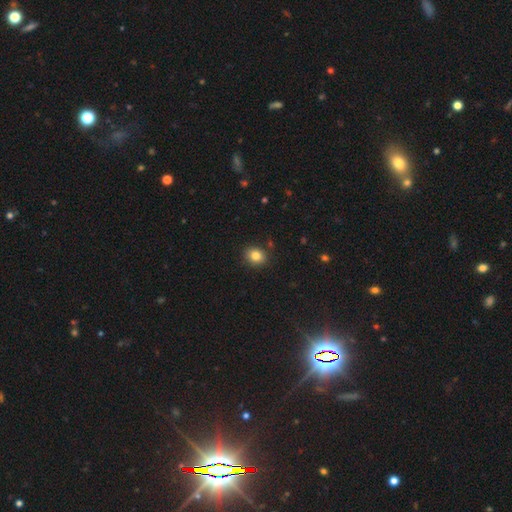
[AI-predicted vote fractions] The model was most divided on "how rounded": round: 63%, in between: 36%, cigar-shaped: 1%. More confident: merging — none (87%); smooth or featured — smooth (82%).